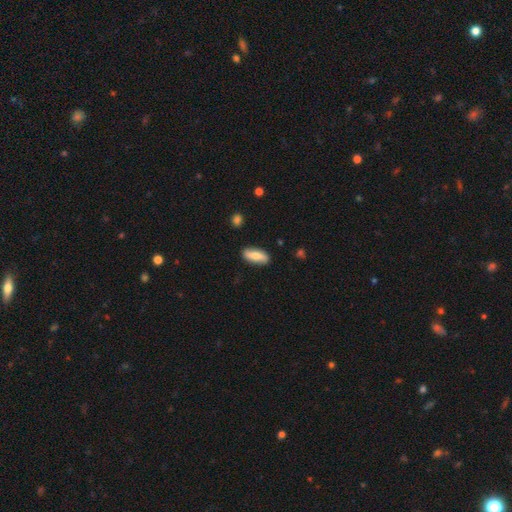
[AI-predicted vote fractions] This appears to be a smooth galaxy with no disk features (71%) that is in between round and cigar-shaped (77%). Merging: none (86%).